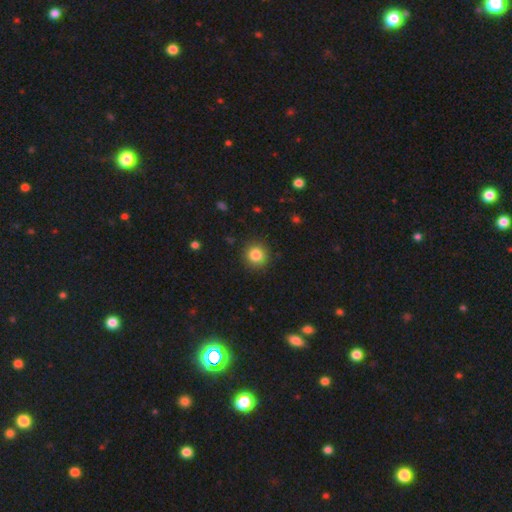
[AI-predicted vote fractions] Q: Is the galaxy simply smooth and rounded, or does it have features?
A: smooth — 84%.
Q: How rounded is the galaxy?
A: round — 92%.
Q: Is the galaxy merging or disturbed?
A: none — 91%.